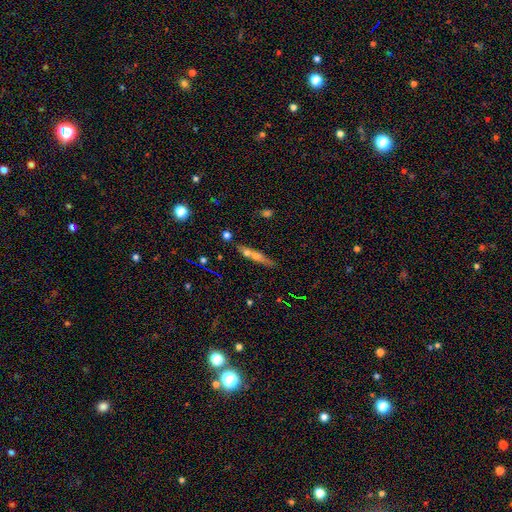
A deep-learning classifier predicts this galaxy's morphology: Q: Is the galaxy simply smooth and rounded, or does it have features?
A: smooth — 48%.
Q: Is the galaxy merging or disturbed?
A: none — 61%.